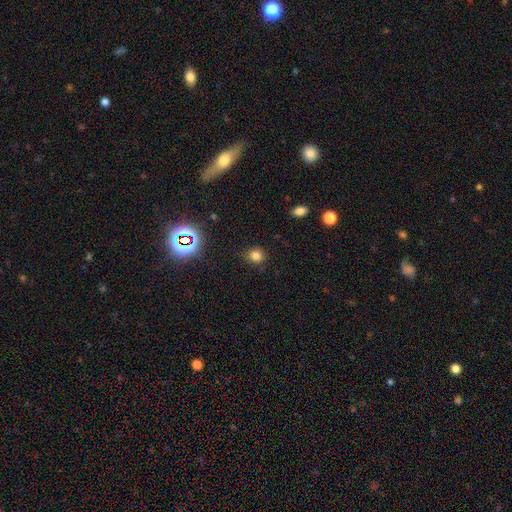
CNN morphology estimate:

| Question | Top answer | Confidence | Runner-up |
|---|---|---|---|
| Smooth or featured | smooth | 77% | star or artifact (18%) |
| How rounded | round | 87% | in between (12%) |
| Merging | none | 85% | minor disturbance (10%) |